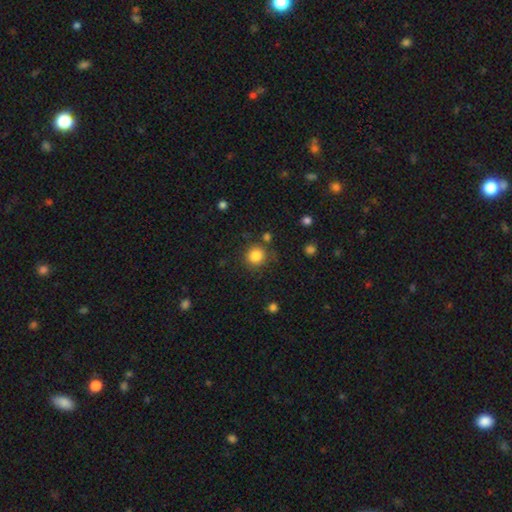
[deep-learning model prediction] The model was most divided on "merging": none: 80%, minor disturbance: 11%, merger: 5%, major disturbance: 4%. More confident: how rounded — round (92%); smooth or featured — smooth (84%).